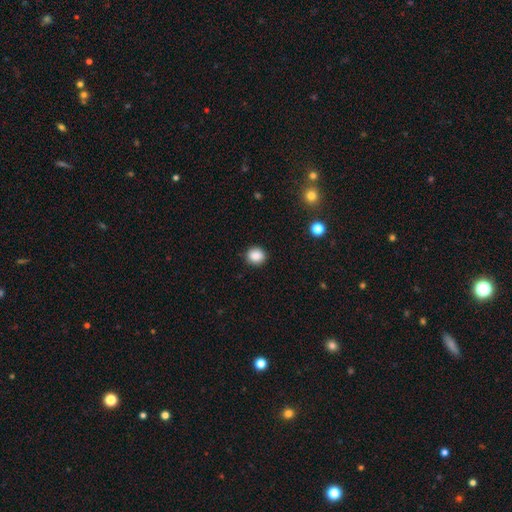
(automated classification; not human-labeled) smooth 87%, star or artifact 10%, featured or disk 3%. Down the decision tree: how rounded — round (82%); merging — none (89%).